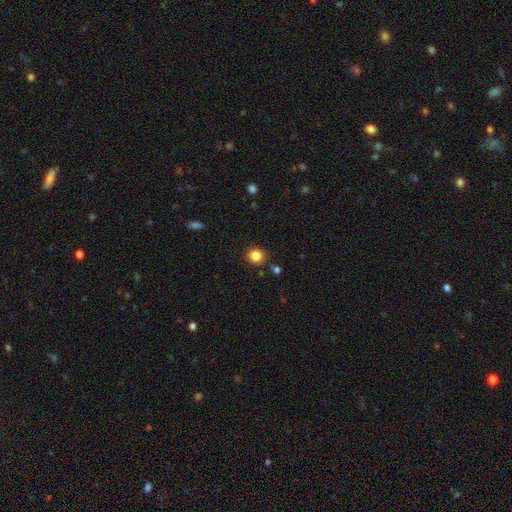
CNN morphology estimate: Overall: smooth (84%). How rounded: round (87%). Merging: none (87%).